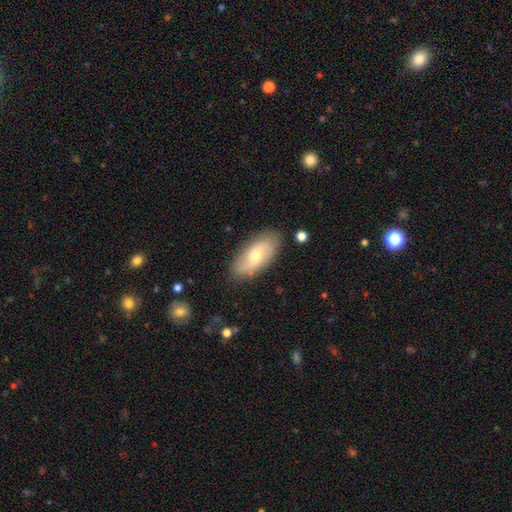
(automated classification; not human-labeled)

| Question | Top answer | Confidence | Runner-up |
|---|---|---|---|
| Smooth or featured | smooth | 56% | featured or disk (38%) |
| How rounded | in between | 88% | cigar-shaped (9%) |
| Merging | none | 82% | minor disturbance (13%) |